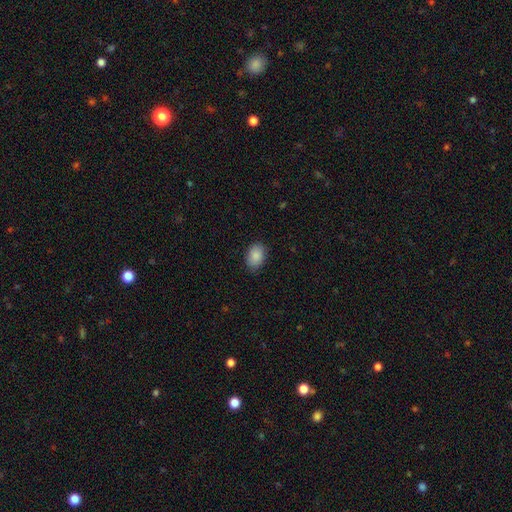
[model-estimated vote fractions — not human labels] This appears to be a smooth galaxy with no disk features (89%) that is in between round and cigar-shaped (82%). Merging: none (84%).